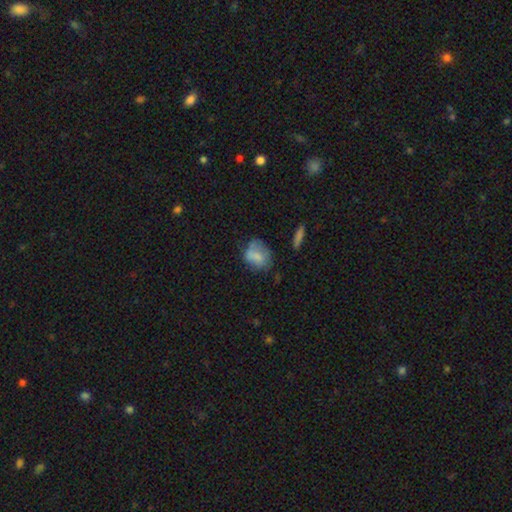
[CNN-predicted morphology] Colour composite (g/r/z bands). It shows a smooth galaxy with no disk features (68%) that is in between round and cigar-shaped (55%). Merging: none (45%).